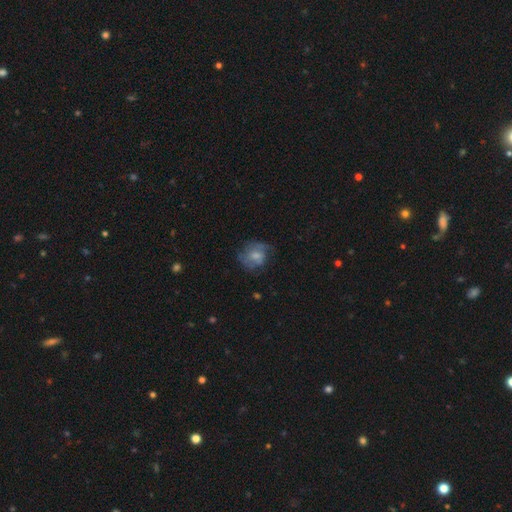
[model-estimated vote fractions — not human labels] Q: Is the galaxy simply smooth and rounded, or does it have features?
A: smooth — 52%.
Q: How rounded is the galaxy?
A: round — 62%.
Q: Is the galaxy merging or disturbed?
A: none — 52%.